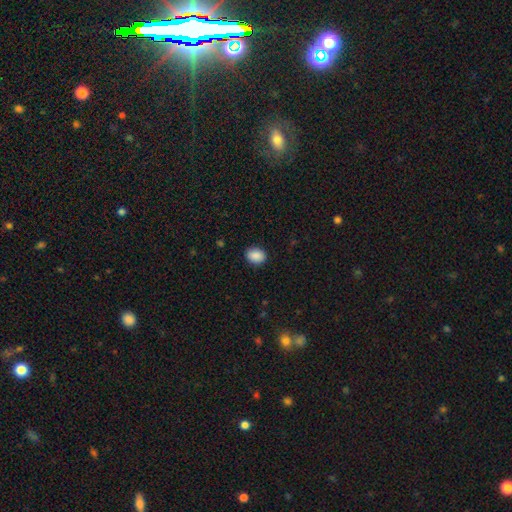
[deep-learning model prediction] smooth-or-featured: smooth: 89% | star or artifact: 8% | featured or disk: 3%
  how-rounded: in between: 60% | round: 39% | cigar-shaped: 1%
  merging: none: 89% | minor disturbance: 8% | major disturbance: 2% | merger: 1%